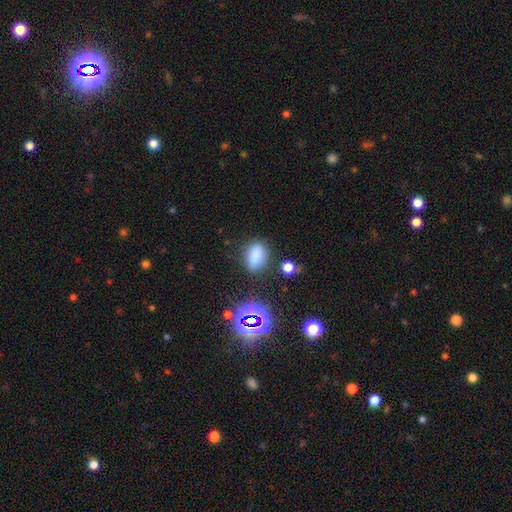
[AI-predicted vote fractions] smooth_or_featured: smooth (p=0.76) [alt: star or artifact p=0.17]
how_rounded: in between (p=0.80) [alt: round p=0.17]
merging: none (p=0.75) [alt: minor disturbance p=0.16]